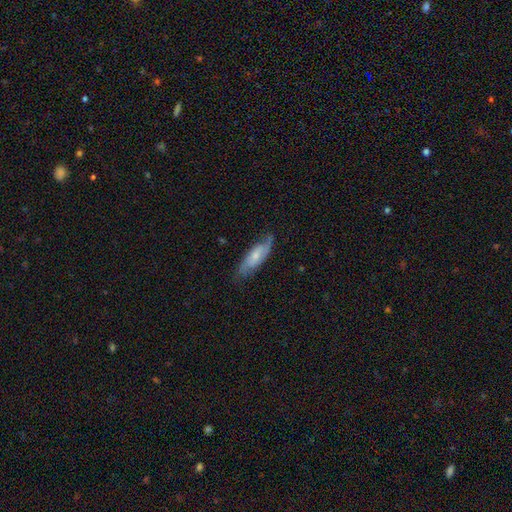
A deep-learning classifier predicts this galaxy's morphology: type=featured or disk (57%); edge-on=no (77%); merging=none (72%).